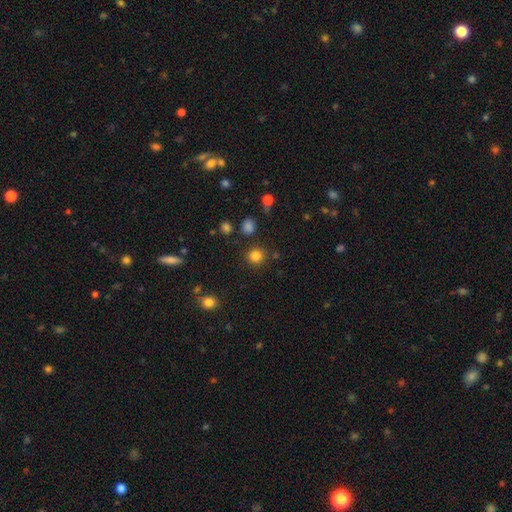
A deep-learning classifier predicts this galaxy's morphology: Smooth or featured?
  - smooth: 83% *
  - star or artifact: 13%
  - featured or disk: 4%
How rounded?
  - round: 92% *
  - in between: 7%
  - cigar-shaped: 1%
Merging?
  - none: 87% *
  - minor disturbance: 7%
  - merger: 3%
  - major disturbance: 3%